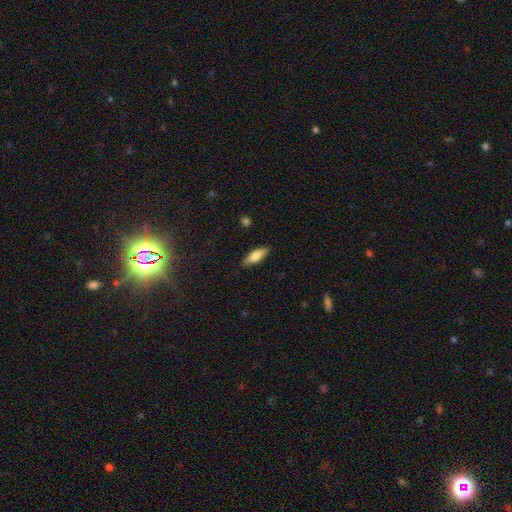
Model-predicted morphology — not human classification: Q: Smooth or featured?
A: smooth (68%); runner-up: featured or disk (25%)
Q: How rounded?
A: in between (57%); runner-up: cigar-shaped (41%)
Q: Merging?
A: none (87%); runner-up: minor disturbance (10%)